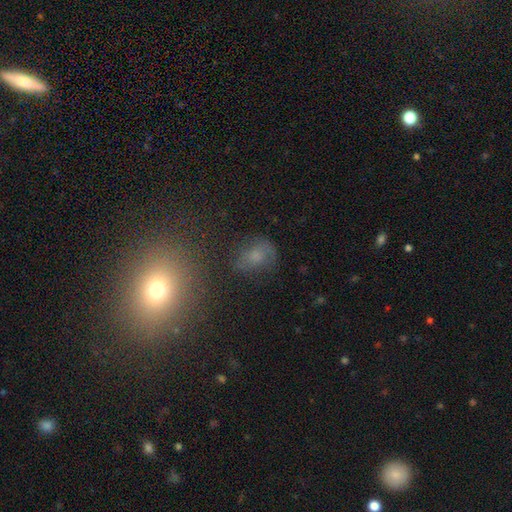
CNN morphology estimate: The model was most divided on "merging": none: 53%, minor disturbance: 25%, major disturbance: 18%, merger: 5%. More confident: how rounded — in between (65%); smooth or featured — smooth (53%).